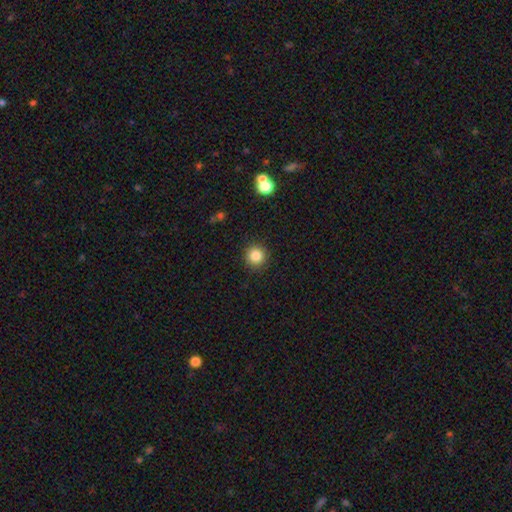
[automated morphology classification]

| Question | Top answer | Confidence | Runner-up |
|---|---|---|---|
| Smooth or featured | smooth | 84% | star or artifact (11%) |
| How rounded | round | 94% | in between (5%) |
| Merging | none | 91% | minor disturbance (6%) |